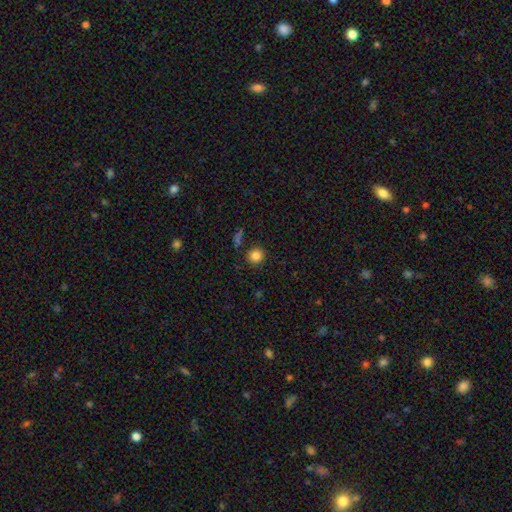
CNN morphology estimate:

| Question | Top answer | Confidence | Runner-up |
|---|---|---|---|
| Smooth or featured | smooth | 84% | star or artifact (11%) |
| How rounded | round | 89% | in between (10%) |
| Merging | none | 86% | minor disturbance (7%) |